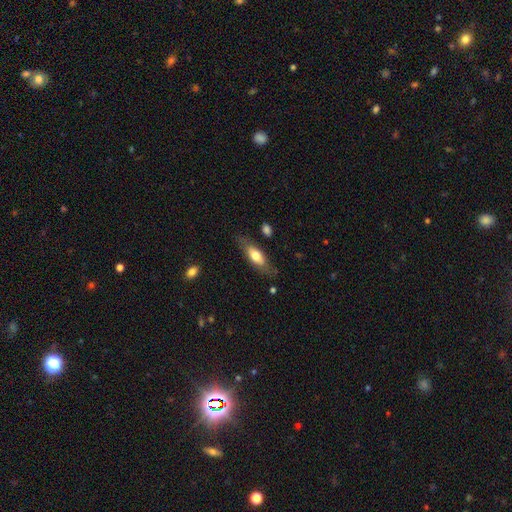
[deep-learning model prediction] The model was most divided on "how rounded": in between: 62%, cigar-shaped: 35%, round: 2%. More confident: merging — none (75%); smooth or featured — smooth (61%).